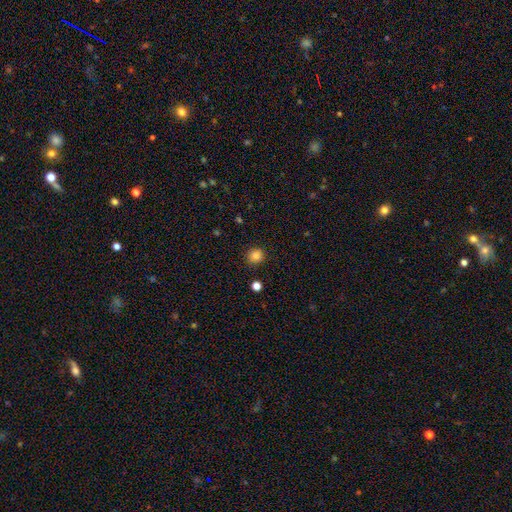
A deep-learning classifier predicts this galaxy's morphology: This appears to be a smooth galaxy with no disk features (84%) that is round (89%). Merging: none (91%).